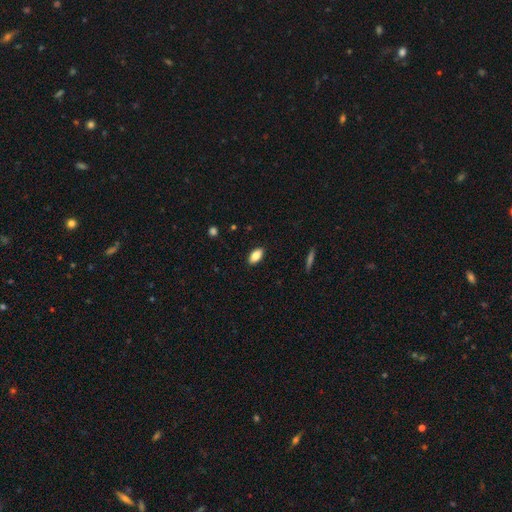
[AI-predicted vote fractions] Q: Smooth or featured?
A: smooth (85%); runner-up: star or artifact (8%)
Q: How rounded?
A: in between (91%); runner-up: cigar-shaped (5%)
Q: Merging?
A: none (89%); runner-up: minor disturbance (8%)